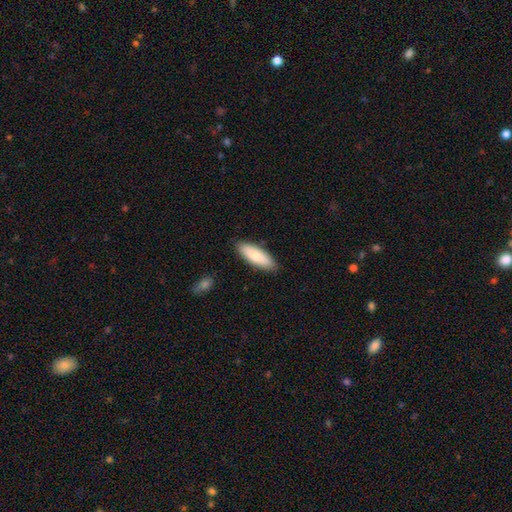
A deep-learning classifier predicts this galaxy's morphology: smooth 78%, featured or disk 16%, star or artifact 5%. Down the decision tree: how rounded — in between (61%); merging — none (88%).